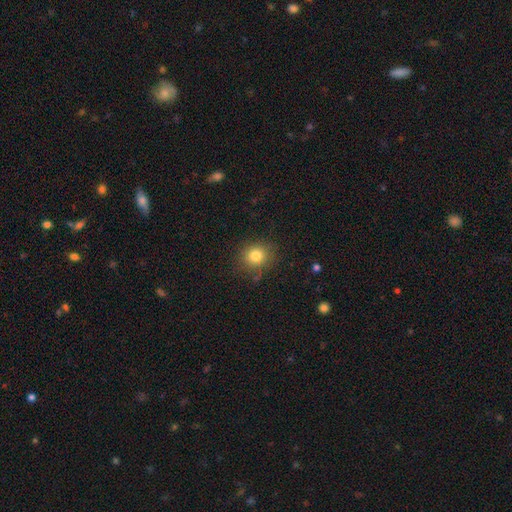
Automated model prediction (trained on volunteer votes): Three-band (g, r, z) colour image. It shows a smooth galaxy with no disk features (81%) that is round (82%). Merging: none (81%).